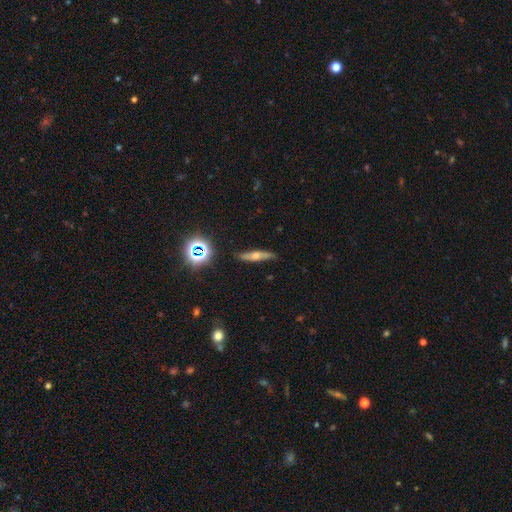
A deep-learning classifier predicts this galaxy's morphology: A featured or disk galaxy (43%, tied with smooth). Merging: none (81%).